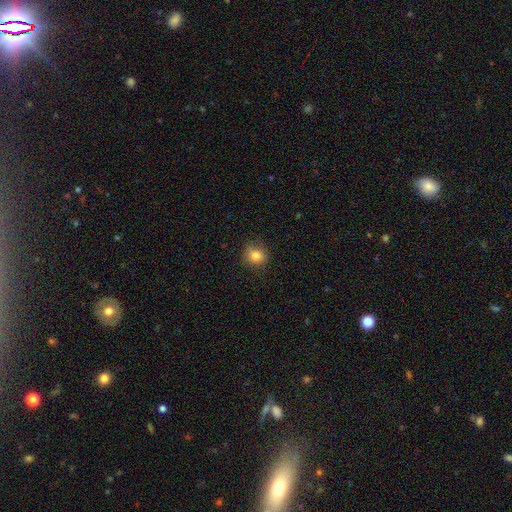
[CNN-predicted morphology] The model was most divided on "how rounded": round: 79%, in between: 20%, cigar-shaped: 1%. More confident: merging — none (83%); smooth or featured — smooth (81%).